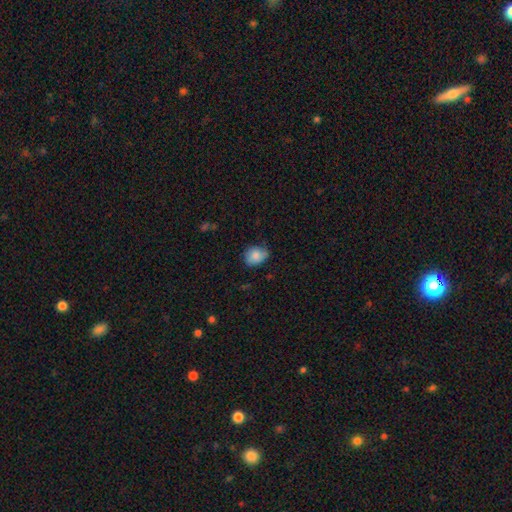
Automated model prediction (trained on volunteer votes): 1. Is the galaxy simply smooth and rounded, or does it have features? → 80% smooth, 12% featured or disk, 8% star or artifact.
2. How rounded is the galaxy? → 52% round, 47% in between, 1% cigar-shaped.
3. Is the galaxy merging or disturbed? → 63% none, 30% minor disturbance, 6% major disturbance, 1% merger.